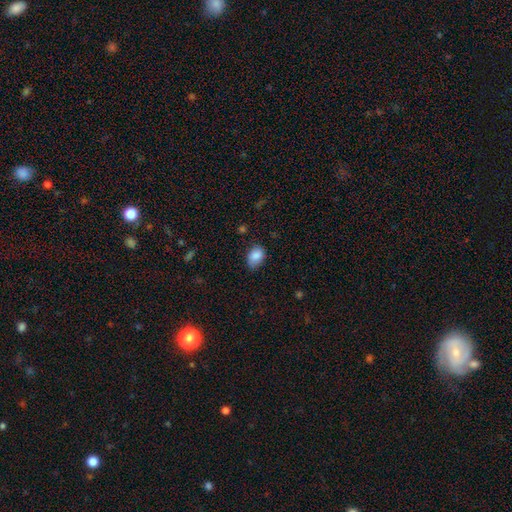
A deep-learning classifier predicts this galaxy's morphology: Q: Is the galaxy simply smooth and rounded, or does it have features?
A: smooth — 86%.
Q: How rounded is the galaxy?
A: in between — 77%.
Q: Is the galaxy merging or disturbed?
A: none — 67%.